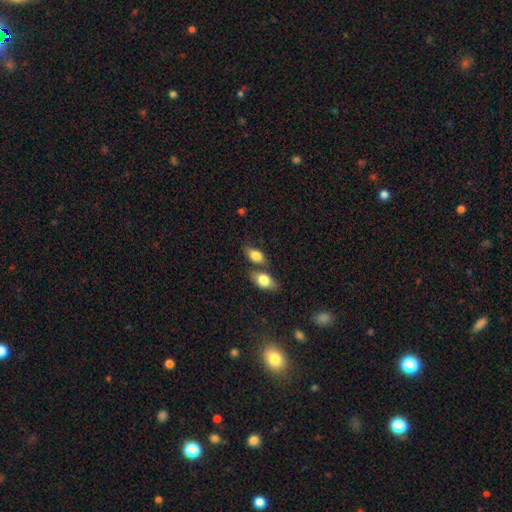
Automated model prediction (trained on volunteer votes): Overall: smooth (82%). How rounded: in between (86%). Merging: none (50%; merger 31%).